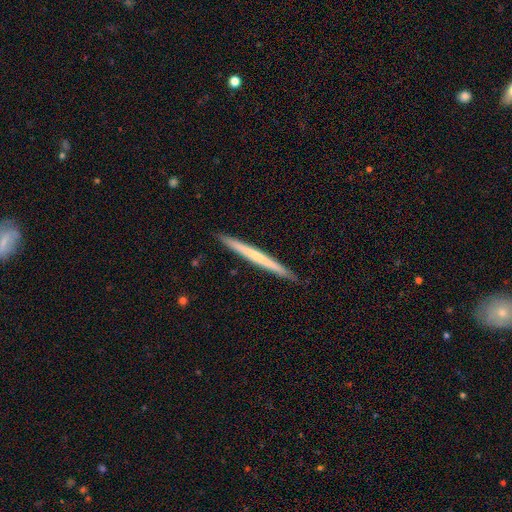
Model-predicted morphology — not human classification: Overall: smooth (49%; featured or disk 46%). Merging: none (90%).